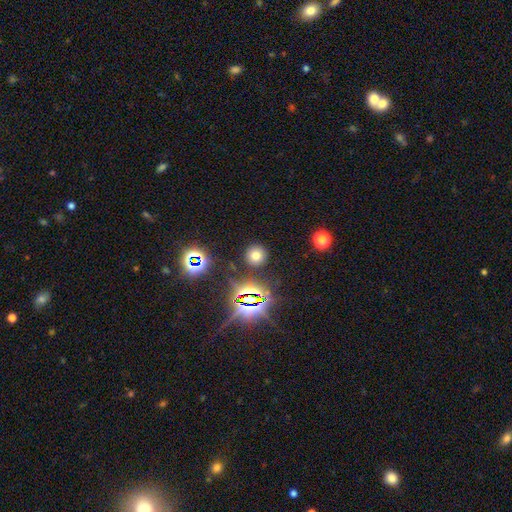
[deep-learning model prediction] smooth_or_featured: smooth (p=0.65) [alt: star or artifact p=0.26]
how_rounded: round (p=0.92) [alt: in between p=0.07]
merging: none (p=0.89) [alt: minor disturbance p=0.06]